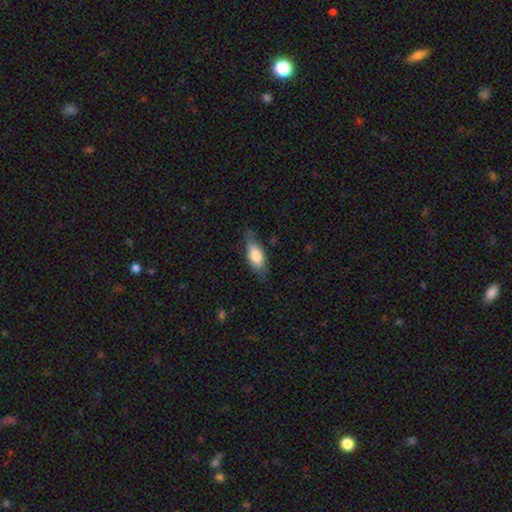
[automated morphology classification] type=smooth (77%); roundness=in between (78%); merging=none (69%).